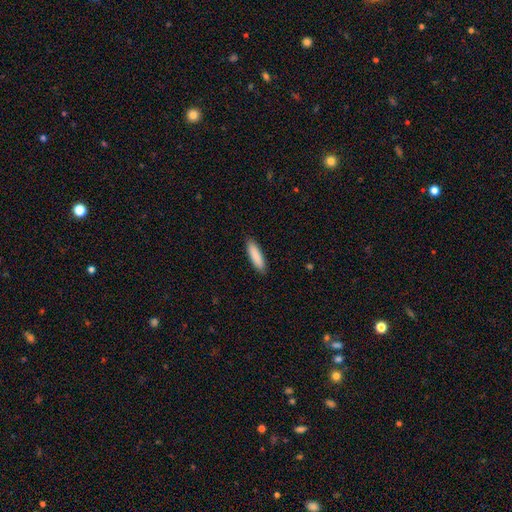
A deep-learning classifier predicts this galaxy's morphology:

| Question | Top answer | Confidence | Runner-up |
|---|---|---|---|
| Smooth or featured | smooth | 89% | featured or disk (6%) |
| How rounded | cigar-shaped | 70% | in between (29%) |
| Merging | none | 90% | minor disturbance (8%) |